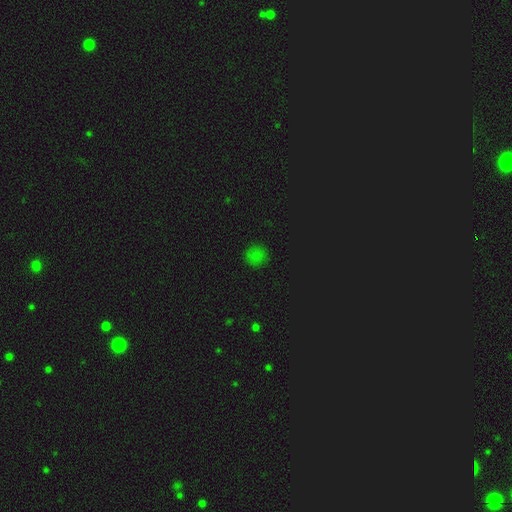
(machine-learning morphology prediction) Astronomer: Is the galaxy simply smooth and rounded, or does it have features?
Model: smooth — 71%.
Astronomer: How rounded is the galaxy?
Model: round — 90%.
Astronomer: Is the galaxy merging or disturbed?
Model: none — 87%.